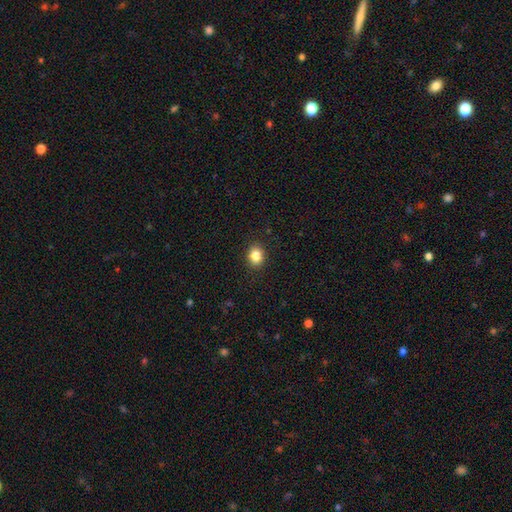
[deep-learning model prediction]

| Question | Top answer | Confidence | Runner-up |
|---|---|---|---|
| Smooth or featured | smooth | 85% | star or artifact (10%) |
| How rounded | round | 58% | in between (41%) |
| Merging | none | 89% | minor disturbance (8%) |